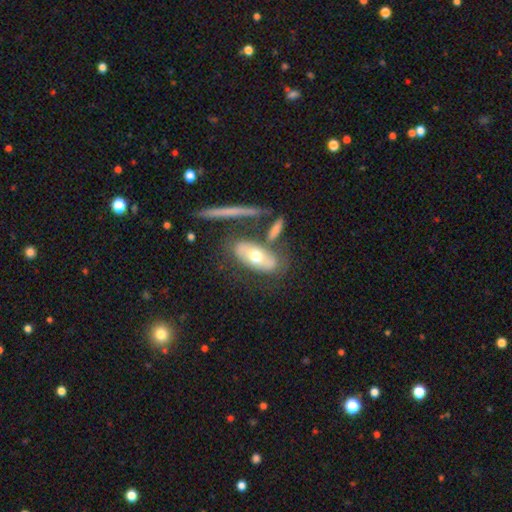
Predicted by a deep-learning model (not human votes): This is possibly a smooth galaxy (53%). How rounded: likely in between (80%). Merging: possibly none (57%).